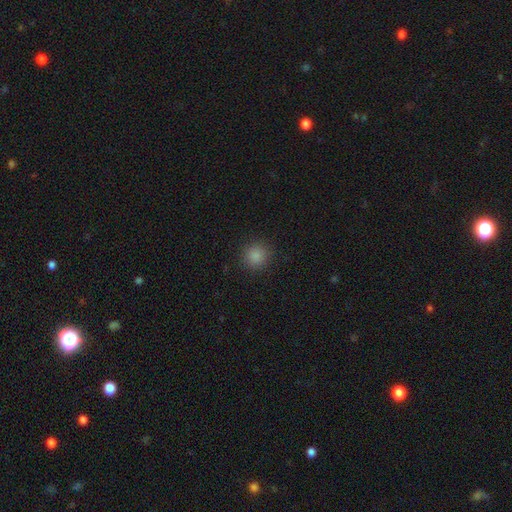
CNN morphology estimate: type=smooth (85%); roundness=round (92%); merging=none (90%).